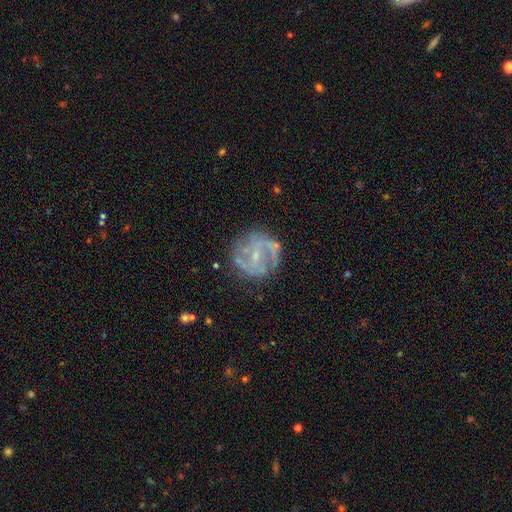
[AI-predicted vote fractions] featured or disk 78%, smooth 14%, star or artifact 8%. Down the decision tree: edge-on disk — no (97%); bar — weak (48%); spiral arms — yes (82%); spiral arm count — 2 (56%); spiral winding — medium (45%); bulge size — small (73%); merging — none (72%).